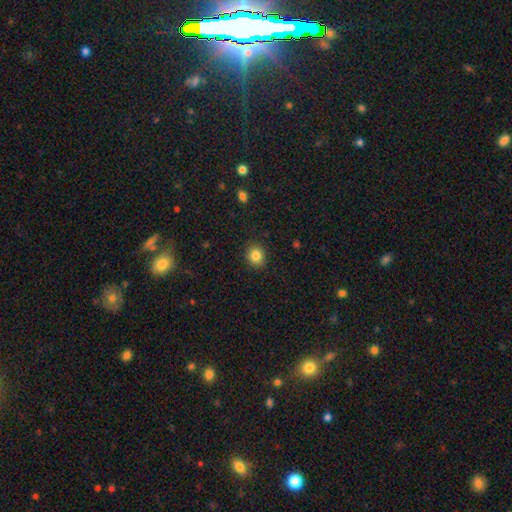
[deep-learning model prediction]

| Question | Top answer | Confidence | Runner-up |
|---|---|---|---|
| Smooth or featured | smooth | 84% | star or artifact (10%) |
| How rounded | round | 76% | in between (23%) |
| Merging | none | 90% | minor disturbance (7%) |